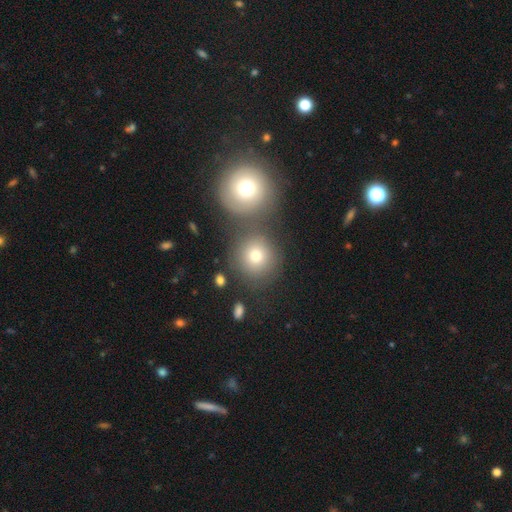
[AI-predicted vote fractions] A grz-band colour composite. It shows a smooth galaxy with no disk features (75%) that is round (90%). Merging: none (63%).